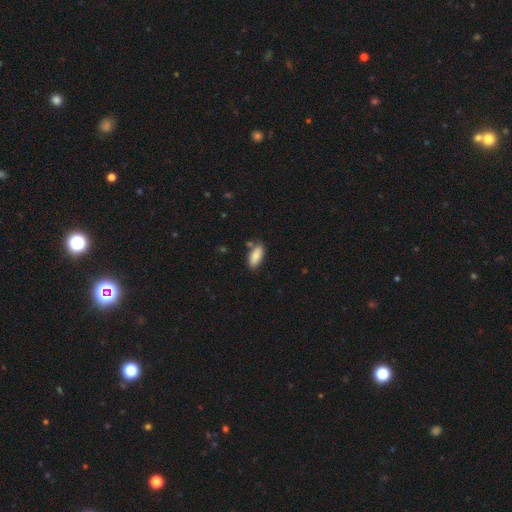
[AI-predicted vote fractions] A smooth galaxy with no disk features (85%) that is in between round and cigar-shaped (83%).

Vote fractions:
- Smooth or featured? smooth: 85% / featured or disk: 9% / star or artifact: 7%
- How rounded? in between: 83% / cigar-shaped: 14% / round: 2%
- Merging? none: 76% / minor disturbance: 15% / merger: 6% / major disturbance: 3%